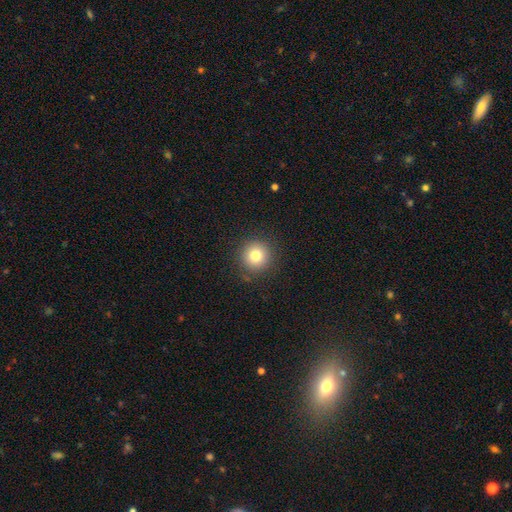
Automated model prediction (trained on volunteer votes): Smooth or featured?
  - smooth: 80% *
  - star or artifact: 11%
  - featured or disk: 8%
How rounded?
  - round: 94% *
  - in between: 5%
  - cigar-shaped: 1%
Merging?
  - none: 89% *
  - minor disturbance: 7%
  - major disturbance: 3%
  - merger: 1%